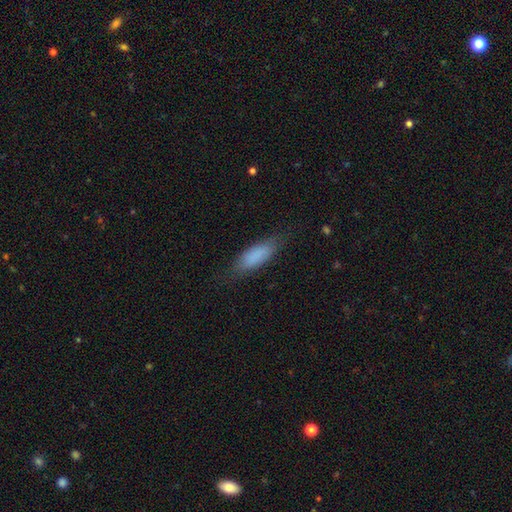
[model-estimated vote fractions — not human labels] Smooth or featured? smooth (83%)
How rounded? in between (63%)
Merging? none (76%)